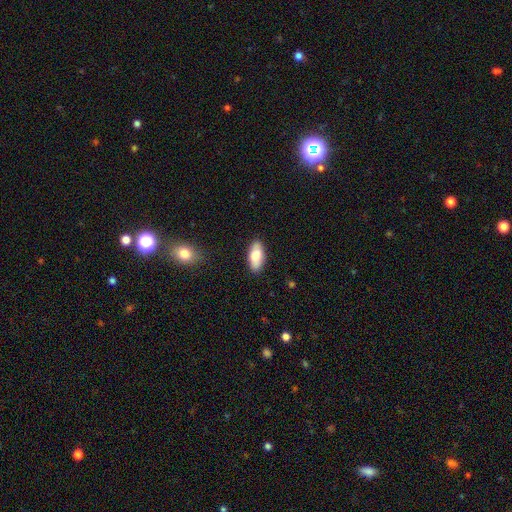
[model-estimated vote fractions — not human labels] A smooth galaxy with no disk features (79%) that is in between round and cigar-shaped (87%).

Vote fractions:
- Smooth or featured? smooth: 79% / featured or disk: 15% / star or artifact: 6%
- How rounded? in between: 87% / cigar-shaped: 11% / round: 2%
- Merging? none: 86% / minor disturbance: 11% / major disturbance: 2% / merger: 1%